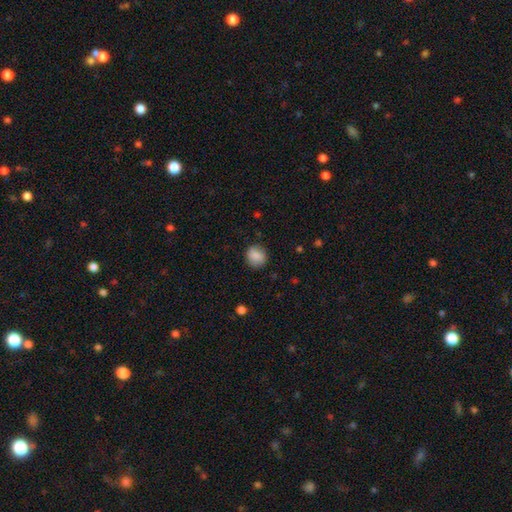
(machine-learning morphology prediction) Q: Smooth or featured?
A: smooth (85%); runner-up: star or artifact (8%)
Q: How rounded?
A: round (75%); runner-up: in between (24%)
Q: Merging?
A: none (84%); runner-up: minor disturbance (12%)